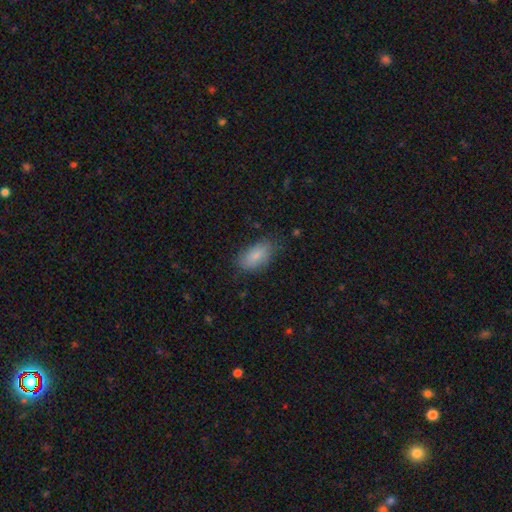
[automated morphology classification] Smooth or featured? smooth (83%)
How rounded? in between (92%)
Merging? none (71%)